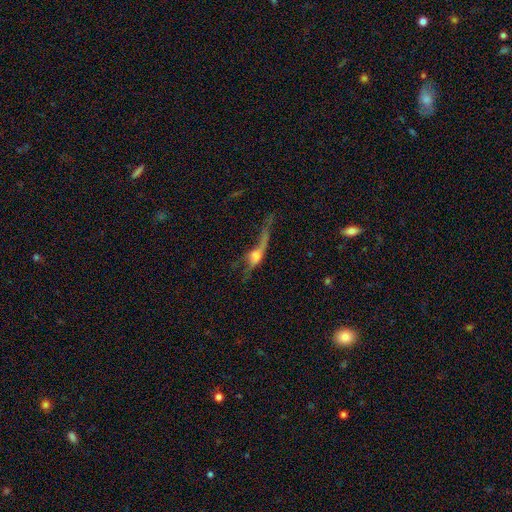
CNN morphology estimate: A featured or disk galaxy (53%) viewed edge-on (51%).

Vote fractions:
- Smooth or featured? featured or disk: 53% / smooth: 32% / star or artifact: 16%
- Edge-on disk? yes: 51% / no: 49%
- Merging? major disturbance: 50% / none: 24% / minor disturbance: 15% / merger: 11%